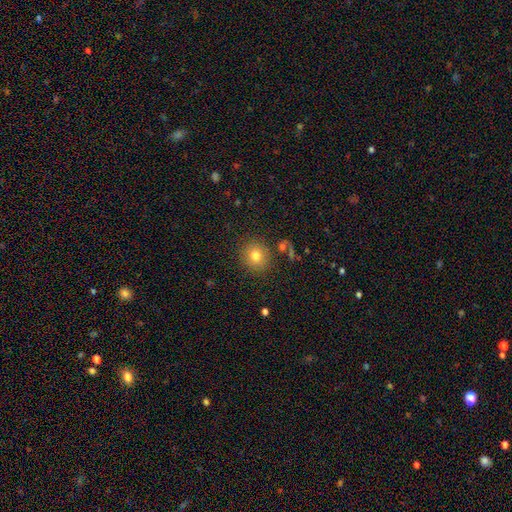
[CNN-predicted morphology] Smooth or featured? Predicted: smooth (p=0.78). How rounded? Predicted: round (p=0.86). Merging? Predicted: none (p=0.85).